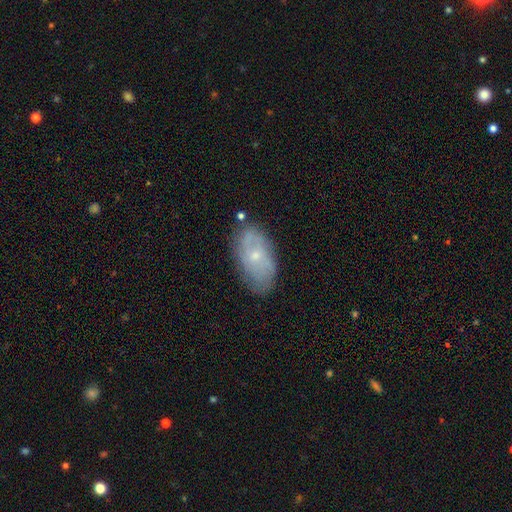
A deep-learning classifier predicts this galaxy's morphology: The model was most divided on "smooth or featured": featured or disk: 54%, smooth: 38%, star or artifact: 8%. More confident: edge-on disk — no (93%); merging — none (72%).